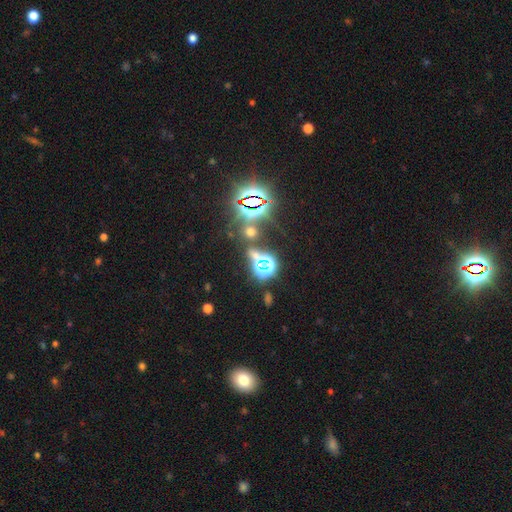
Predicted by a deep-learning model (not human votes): A star or artifact, not a galaxy (64%).

Vote fractions:
- Smooth or featured? star or artifact: 64% / smooth: 28% / featured or disk: 9%